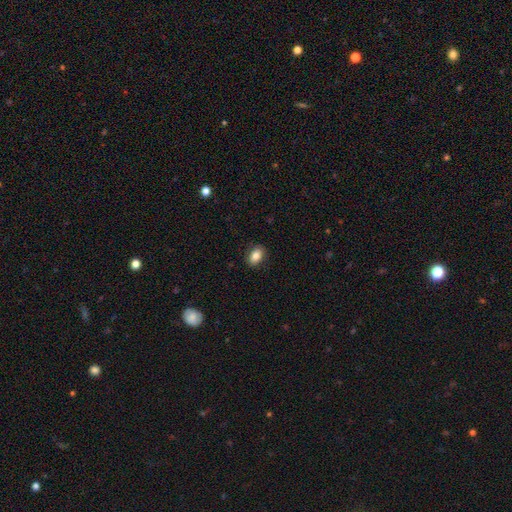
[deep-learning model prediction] Smooth or featured? smooth (84%)
How rounded? in between (78%)
Merging? none (88%)